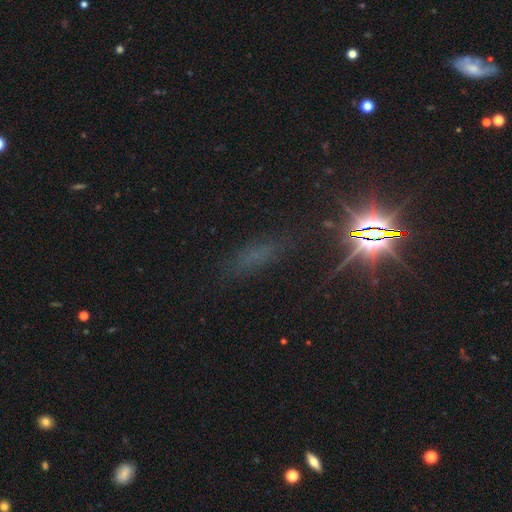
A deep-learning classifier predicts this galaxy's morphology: This is possibly a star or artifact rather than a galaxy (51%).